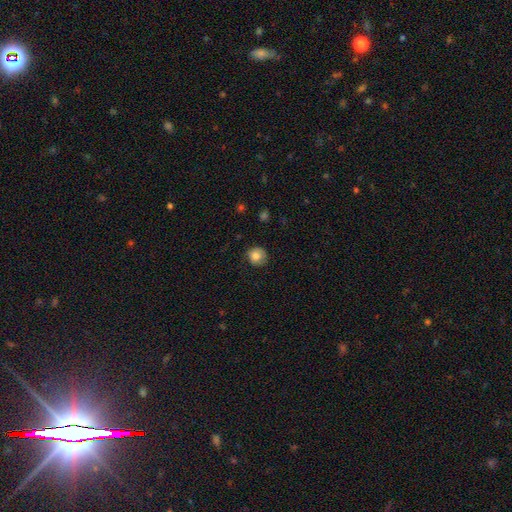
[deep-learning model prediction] Smooth or featured?
  - smooth: 82% *
  - featured or disk: 9%
  - star or artifact: 9%
How rounded?
  - round: 88% *
  - in between: 11%
  - cigar-shaped: 1%
Merging?
  - none: 76% *
  - minor disturbance: 19%
  - major disturbance: 4%
  - merger: 1%